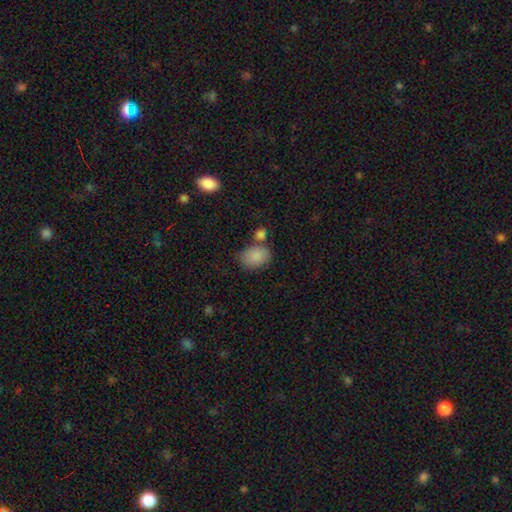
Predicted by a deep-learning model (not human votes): Overall: smooth (87%). How rounded: in between (73%). Merging: none (57%; merger 21%).